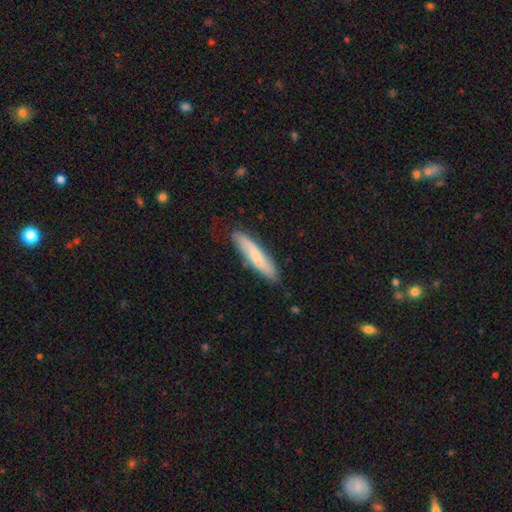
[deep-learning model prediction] This appears to be a smooth galaxy with no disk features (62%) that is cigar-shaped (85%). Merging: none (80%).